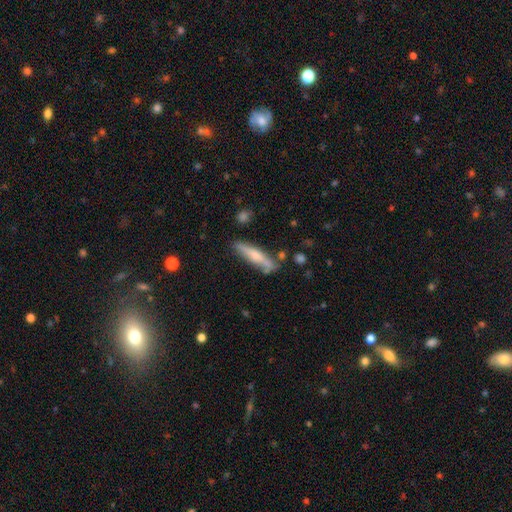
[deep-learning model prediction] Smooth or featured?
  - smooth: 58% *
  - featured or disk: 36%
  - star or artifact: 6%
How rounded?
  - cigar-shaped: 83% *
  - in between: 16%
  - round: 2%
Merging?
  - none: 73% *
  - minor disturbance: 17%
  - merger: 6%
  - major disturbance: 4%